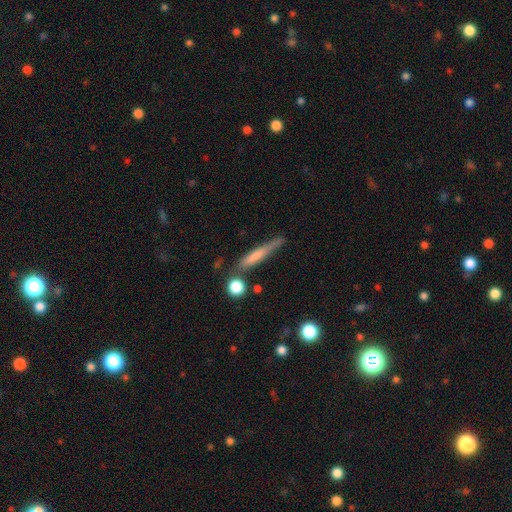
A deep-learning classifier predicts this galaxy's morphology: smooth-or-featured: featured or disk: 51% | smooth: 36% | star or artifact: 13%
  disk-edge-on: yes: 91% | no: 9%
  merging: none: 76% | minor disturbance: 13% | merger: 6% | major disturbance: 4%